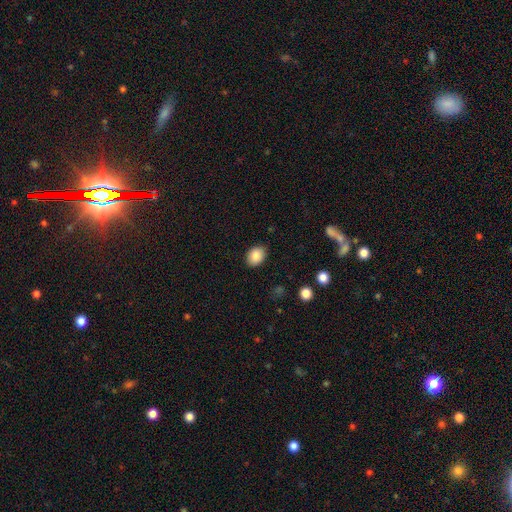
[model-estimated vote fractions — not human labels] The model was most divided on "how rounded": in between: 67%, round: 32%, cigar-shaped: 1%. More confident: merging — none (86%); smooth or featured — smooth (85%).